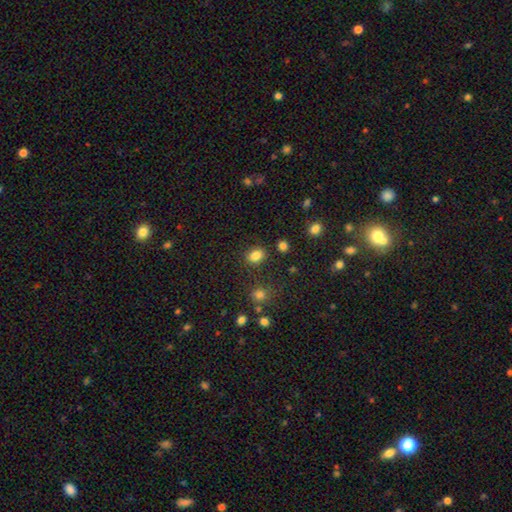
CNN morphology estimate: A smooth galaxy with no disk features (83%) that is in between round and cigar-shaped (63%).

Vote fractions:
- Smooth or featured? smooth: 83% / star or artifact: 12% / featured or disk: 5%
- How rounded? in between: 63% / round: 36% / cigar-shaped: 1%
- Merging? none: 81% / minor disturbance: 12% / merger: 4% / major disturbance: 4%